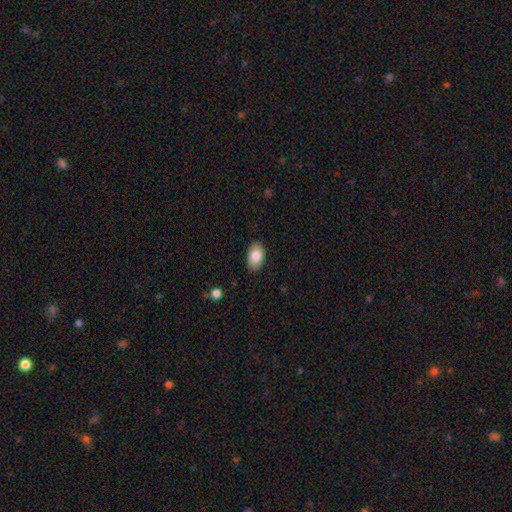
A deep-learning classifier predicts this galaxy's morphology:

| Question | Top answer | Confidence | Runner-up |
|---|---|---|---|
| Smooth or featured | smooth | 83% | featured or disk (10%) |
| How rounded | in between | 92% | round (6%) |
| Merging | none | 88% | minor disturbance (9%) |